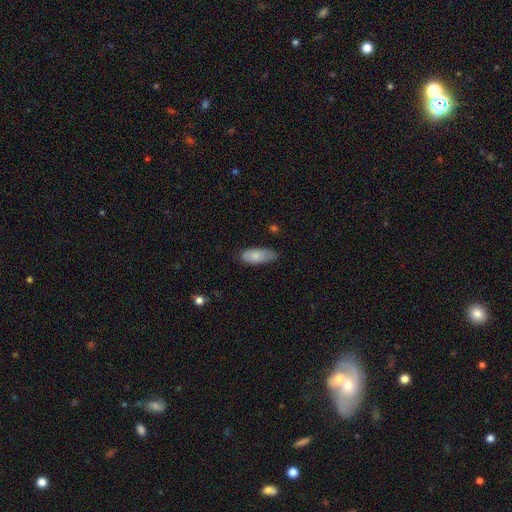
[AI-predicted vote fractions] smooth 81%, featured or disk 13%, star or artifact 6%. Down the decision tree: how rounded — in between (81%); merging — none (64%).